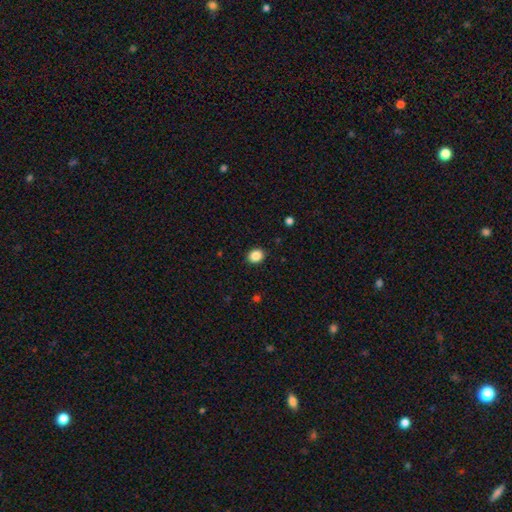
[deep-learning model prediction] The model was most divided on "how rounded": round: 63%, in between: 36%, cigar-shaped: 1%. More confident: merging — none (91%); smooth or featured — smooth (87%).